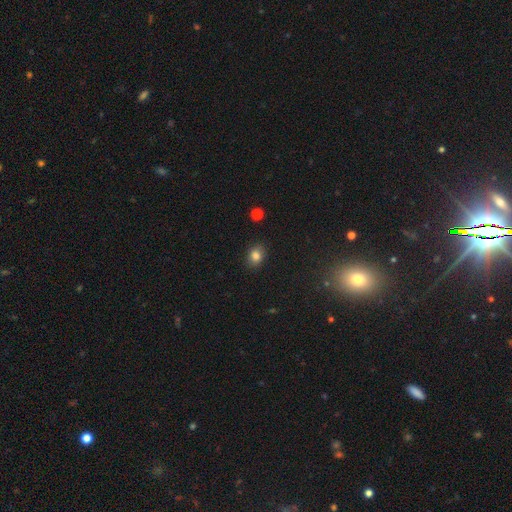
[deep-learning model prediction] smooth-or-featured: smooth: 83% | star or artifact: 11% | featured or disk: 6%
  how-rounded: in between: 60% | round: 39% | cigar-shaped: 1%
  merging: none: 85% | minor disturbance: 11% | major disturbance: 3% | merger: 1%